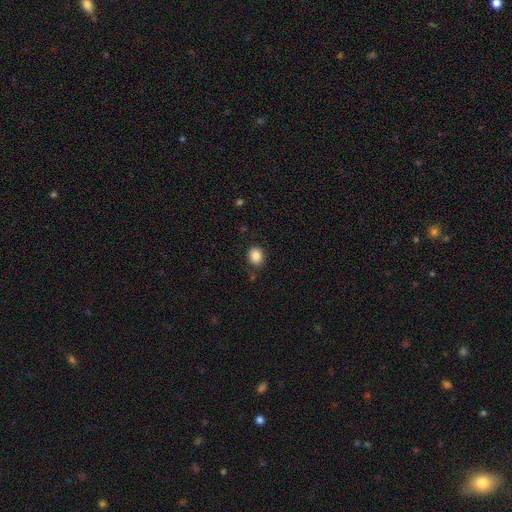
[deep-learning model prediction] Overall: smooth (86%). How rounded: round (60%; in between 39%). Merging: none (84%).